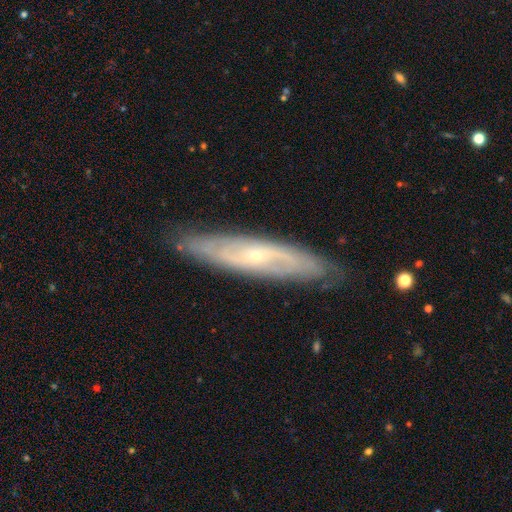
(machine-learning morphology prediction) This is likely a featured or disk galaxy (76%). It is likely not viewed edge-on (62%). Merging: clearly none (84%).